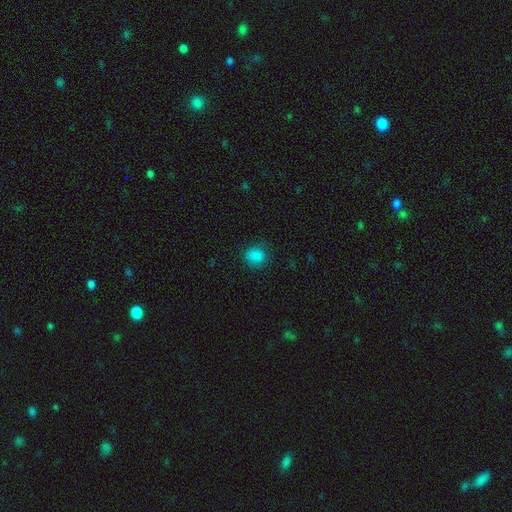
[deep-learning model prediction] Smooth or featured: smooth — 85% (star or artifact — 12%)
How rounded: round — 82% (in between — 17%)
Merging: none — 84% (minor disturbance — 11%)